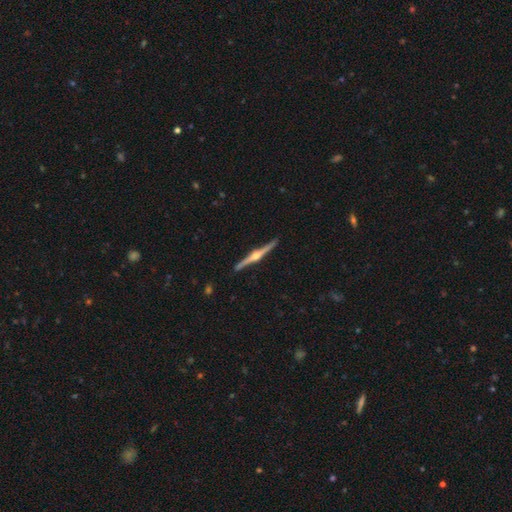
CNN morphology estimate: Smooth or featured? featured or disk (87%)
Edge-on disk? yes (99%)
Edge-on bulge? rounded (95%)
Merging? none (91%)